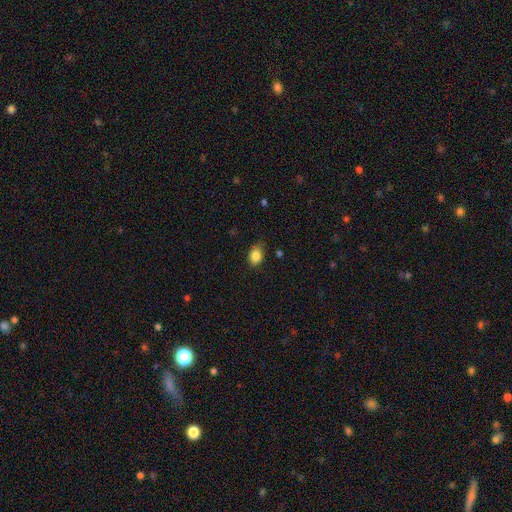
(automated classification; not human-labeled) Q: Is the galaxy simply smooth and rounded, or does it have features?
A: smooth — 85%.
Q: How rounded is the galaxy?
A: in between — 66%.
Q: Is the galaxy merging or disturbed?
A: none — 73%.